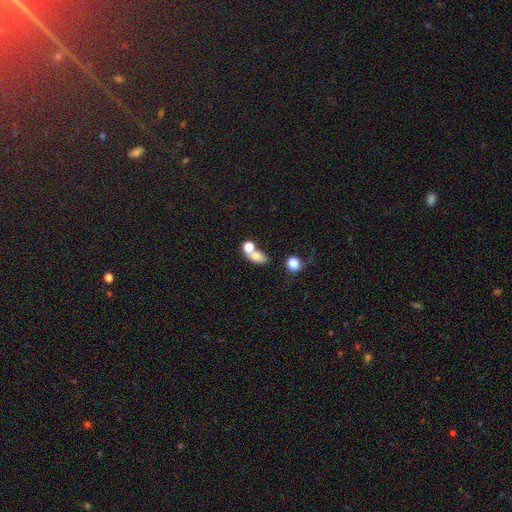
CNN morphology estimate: This appears to be a smooth galaxy with no disk features (74%) that is in between round and cigar-shaped (62%). Merging: merger (53%).